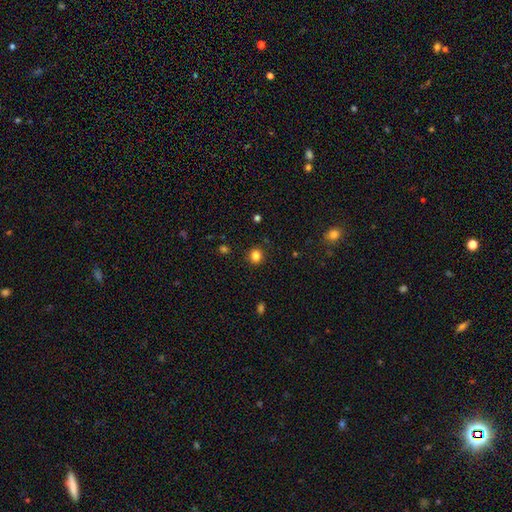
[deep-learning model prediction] A smooth galaxy with no disk features (84%) that is round (84%). Merging: none (89%).